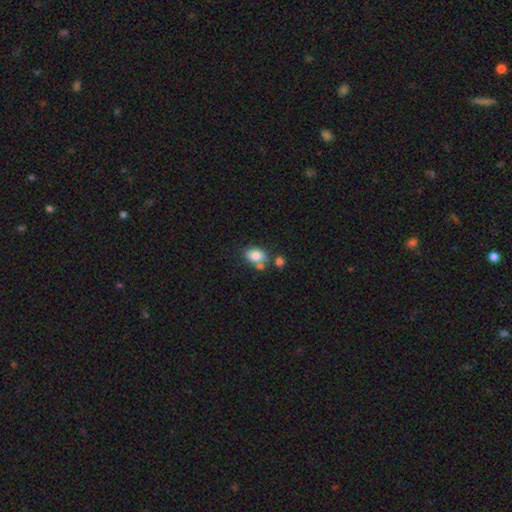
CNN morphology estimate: Smooth or featured: smooth — 83% (featured or disk — 9%)
How rounded: in between — 81% (round — 18%)
Merging: none — 58% (merger — 22%)